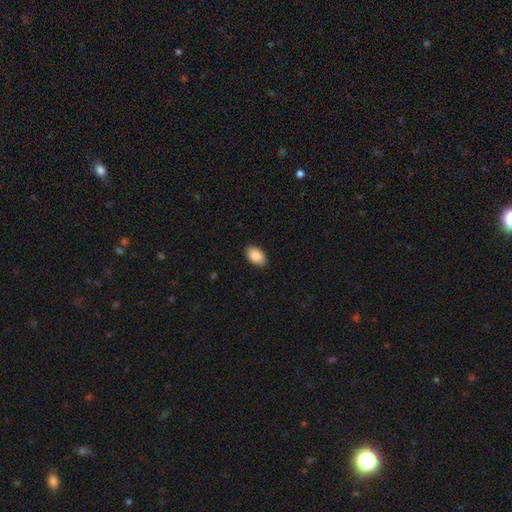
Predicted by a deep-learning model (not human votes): This is clearly a smooth galaxy (89%). How rounded: clearly in between (93%). Merging: clearly none (89%).